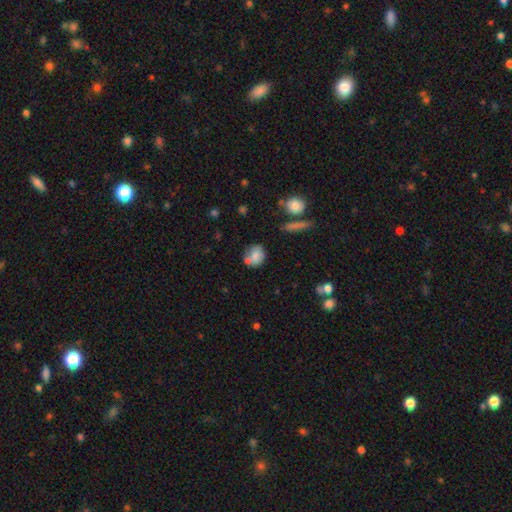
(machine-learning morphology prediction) Q: Smooth or featured?
A: smooth (72%); runner-up: featured or disk (19%)
Q: How rounded?
A: round (63%); runner-up: in between (35%)
Q: Merging?
A: none (51%); runner-up: merger (23%)